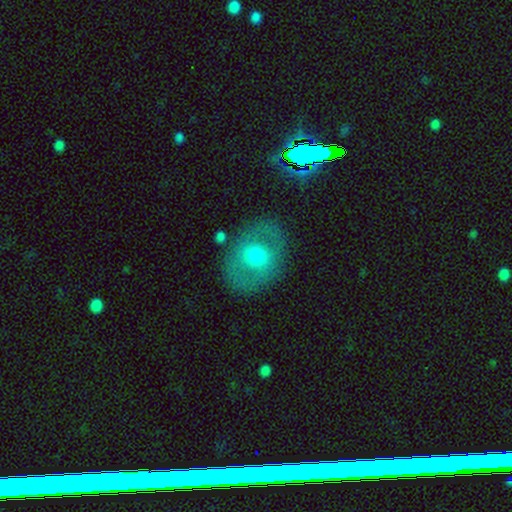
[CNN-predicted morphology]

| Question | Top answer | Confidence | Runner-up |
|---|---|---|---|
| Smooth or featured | smooth | 53% | featured or disk (39%) |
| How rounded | in between | 56% | round (43%) |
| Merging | none | 81% | minor disturbance (12%) |